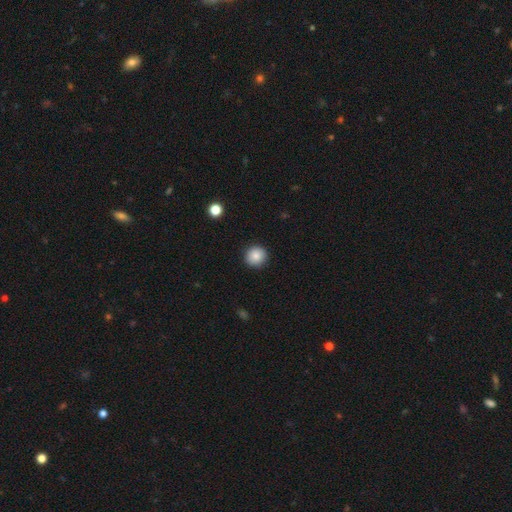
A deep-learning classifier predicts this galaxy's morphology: This appears to be a smooth galaxy with no disk features (86%) that is round (92%). Merging: none (90%).